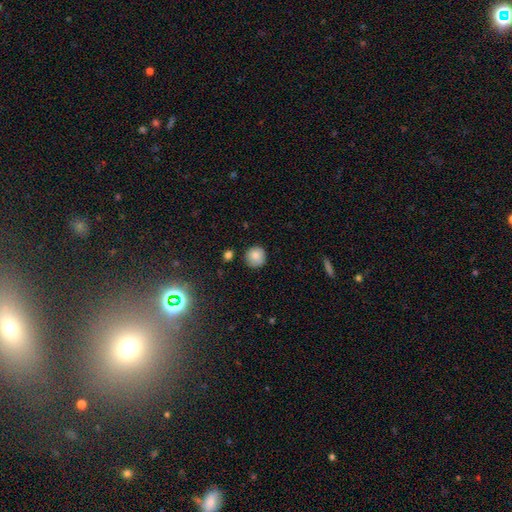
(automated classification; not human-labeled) smooth_or_featured: smooth (p=0.83) [alt: star or artifact p=0.10]
how_rounded: round (p=0.92) [alt: in between p=0.07]
merging: none (p=0.84) [alt: minor disturbance p=0.12]